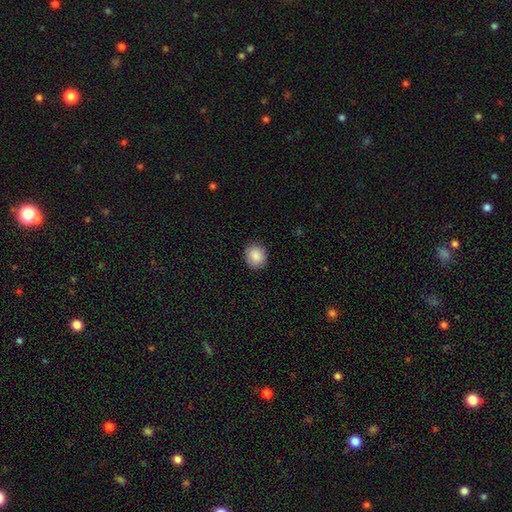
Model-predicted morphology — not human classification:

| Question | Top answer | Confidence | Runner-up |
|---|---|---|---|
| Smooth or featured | smooth | 88% | star or artifact (8%) |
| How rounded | round | 74% | in between (26%) |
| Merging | none | 89% | minor disturbance (8%) |